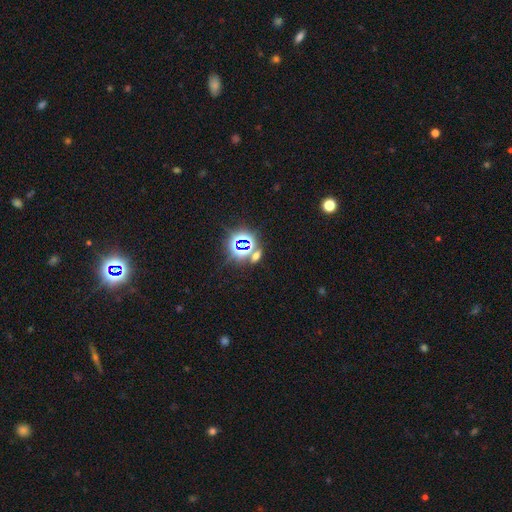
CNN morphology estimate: A star or artifact, not a galaxy (61%).